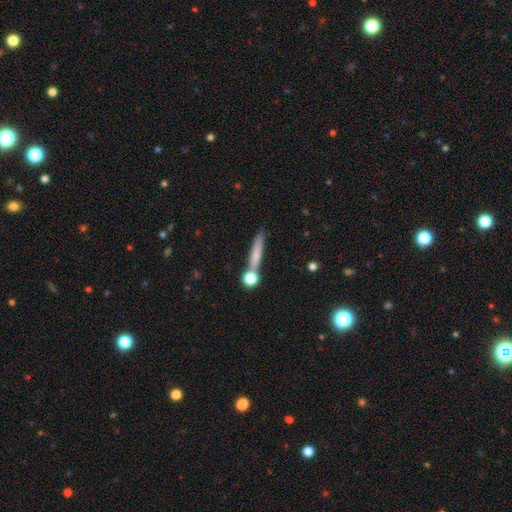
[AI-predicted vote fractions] Smooth or featured? smooth (66%)
How rounded? cigar-shaped (87%)
Merging? none (70%)